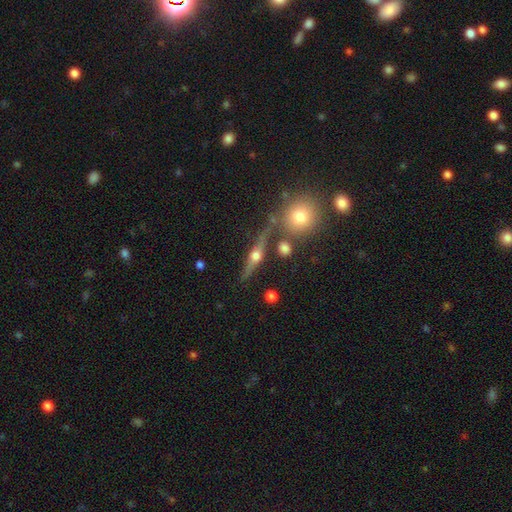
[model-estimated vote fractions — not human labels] The model was most divided on "smooth or featured": featured or disk: 75%, smooth: 17%, star or artifact: 8%. More confident: edge-on bulge — rounded (96%); edge-on disk — yes (94%); merging — none (78%).